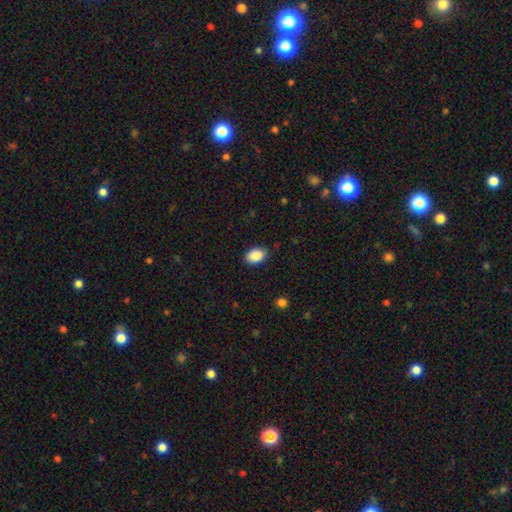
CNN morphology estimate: This appears to be a smooth galaxy with no disk features (90%) that is in between round and cigar-shaped (82%). Merging: none (83%).